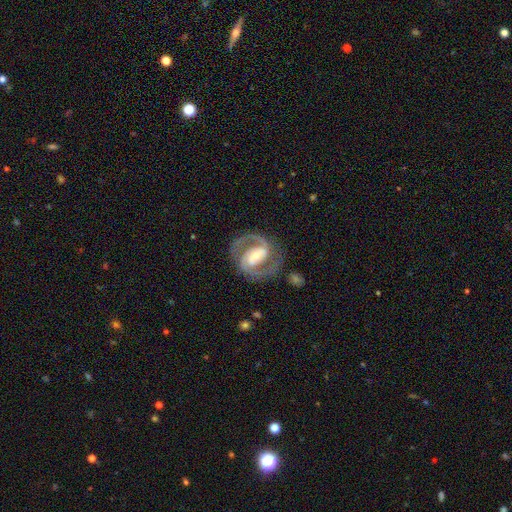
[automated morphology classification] smooth_or_featured: featured or disk (p=0.91) [alt: smooth p=0.05]
disk_edge_on: no (p=0.98) [alt: yes p=0.02]
bar: strong (p=0.43) [alt: weak p=0.36]
has_spiral_arms: yes (p=0.97) [alt: no p=0.03]
spiral_winding: medium (p=0.58) [alt: tight p=0.33]
spiral_arm_count: 2 (p=0.92) [alt: can't tell p=0.02]
bulge_size: moderate (p=0.48) [alt: small p=0.42]
merging: none (p=0.80) [alt: minor disturbance p=0.12]